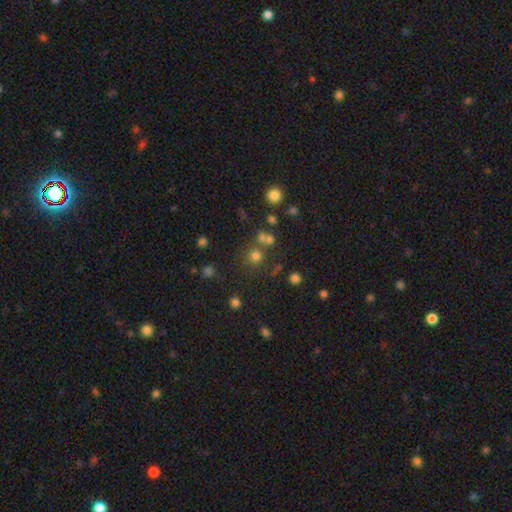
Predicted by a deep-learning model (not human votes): Overall: smooth (64%; star or artifact 27%). How rounded: round (91%). Merging: none (66%).